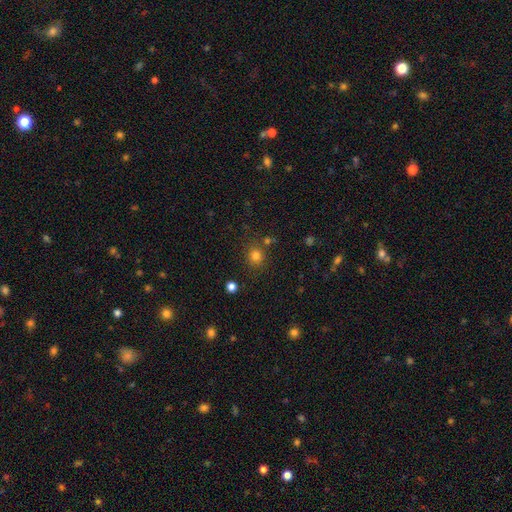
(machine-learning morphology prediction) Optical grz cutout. It shows a smooth galaxy with no disk features (79%) that is round (85%). Merging: none (80%).